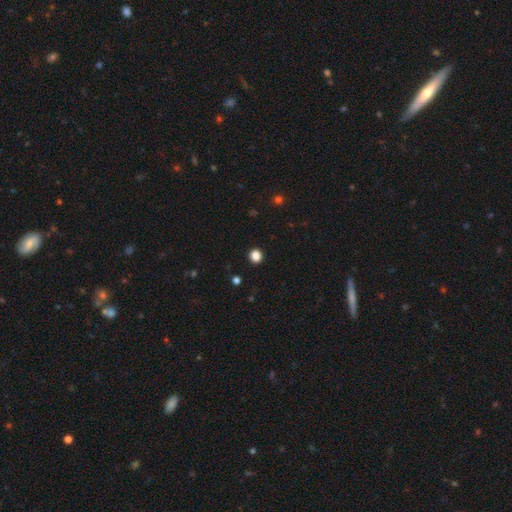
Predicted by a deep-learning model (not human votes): Smooth or featured?
  - smooth: 85% *
  - star or artifact: 12%
  - featured or disk: 3%
How rounded?
  - round: 90% *
  - in between: 9%
  - cigar-shaped: 1%
Merging?
  - none: 93% *
  - minor disturbance: 4%
  - major disturbance: 2%
  - merger: 1%